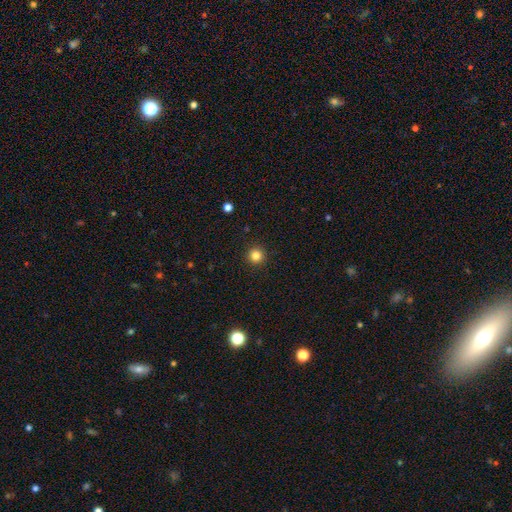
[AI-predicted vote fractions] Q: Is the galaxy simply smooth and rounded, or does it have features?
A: smooth — 83%.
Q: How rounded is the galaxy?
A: round — 96%.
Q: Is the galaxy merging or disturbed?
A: none — 93%.